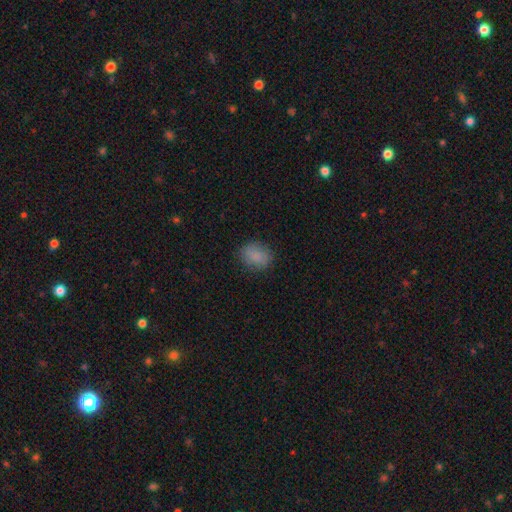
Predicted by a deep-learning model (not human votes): Morphology: type=smooth (85%); roundness=in between (51%); merging=none (82%).